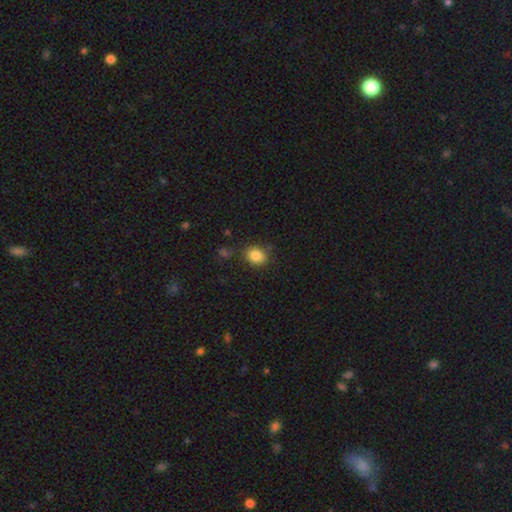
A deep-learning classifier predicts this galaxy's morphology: Overall: smooth (85%). How rounded: round (52%; in between 47%). Merging: none (78%).